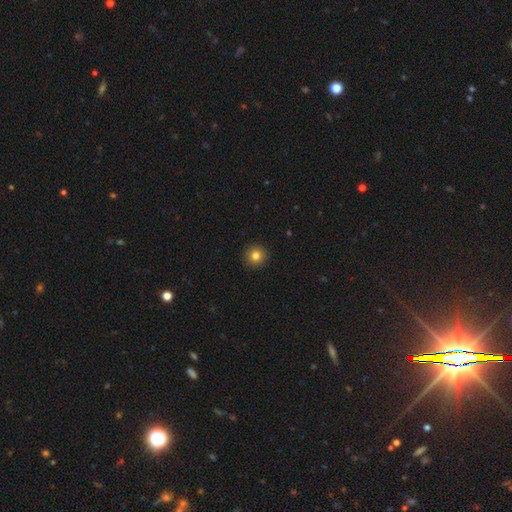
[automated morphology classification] This appears to be a smooth galaxy with no disk features (81%) that is round (95%). Merging: none (92%).